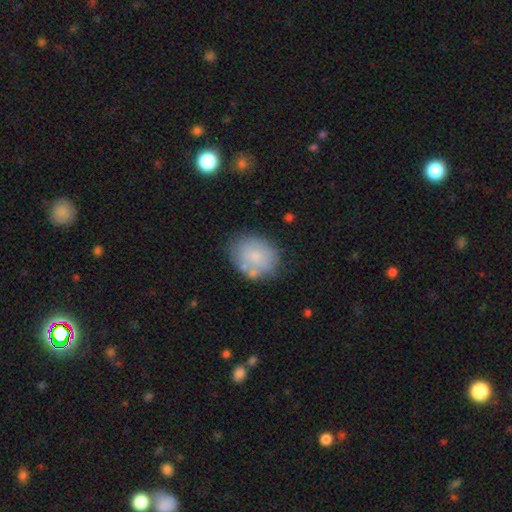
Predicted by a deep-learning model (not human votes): smooth_or_featured: smooth (p=0.72) [alt: featured or disk p=0.20]
how_rounded: in between (p=0.52) [alt: round p=0.47]
merging: none (p=0.67) [alt: minor disturbance p=0.19]